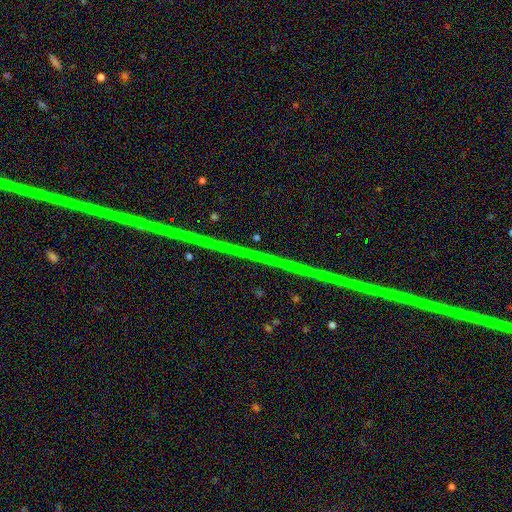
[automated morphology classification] smooth-or-featured: star or artifact: 79% | featured or disk: 14% | smooth: 8%